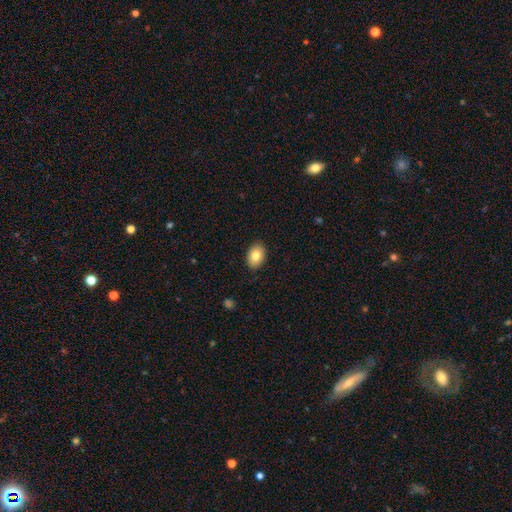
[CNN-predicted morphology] Overall: smooth (82%). How rounded: in between (83%). Merging: none (88%).